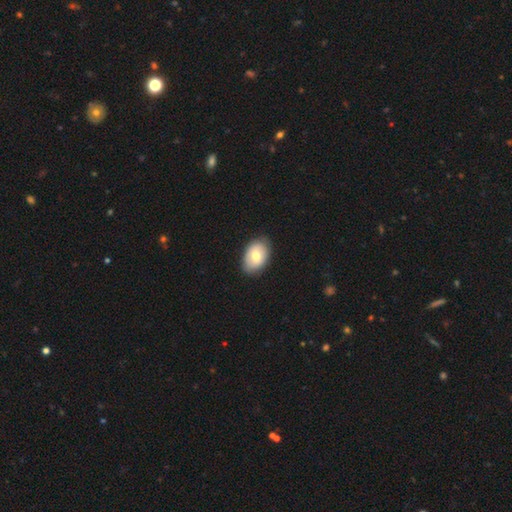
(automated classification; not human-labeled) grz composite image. It shows a smooth galaxy with no disk features (72%) that is in between round and cigar-shaped (86%). Merging: none (85%).